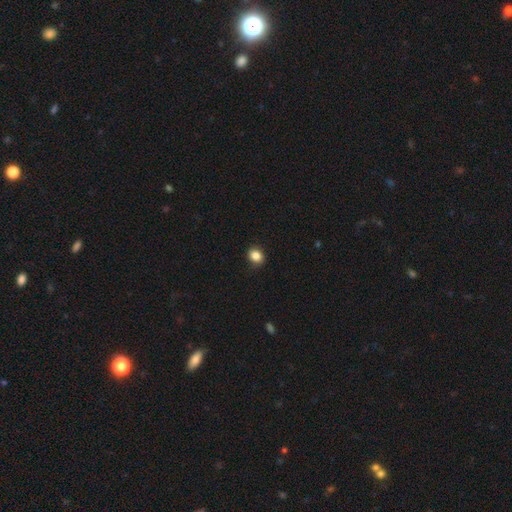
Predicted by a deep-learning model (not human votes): Morphology: type=smooth (85%); roundness=round (69%); merging=none (87%).